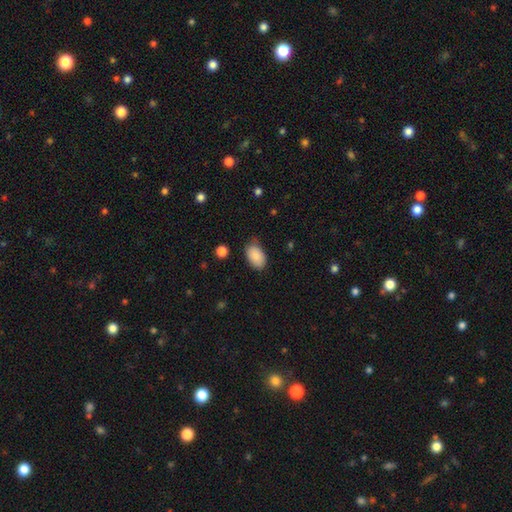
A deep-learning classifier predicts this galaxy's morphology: Q: Smooth or featured?
A: smooth (89%); runner-up: star or artifact (7%)
Q: How rounded?
A: in between (92%); runner-up: round (6%)
Q: Merging?
A: none (74%); runner-up: minor disturbance (21%)